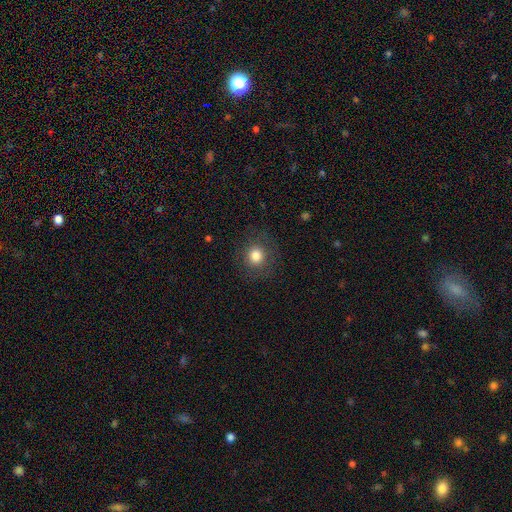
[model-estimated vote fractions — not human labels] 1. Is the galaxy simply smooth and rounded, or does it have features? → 81% smooth, 11% star or artifact, 8% featured or disk.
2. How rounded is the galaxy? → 89% round, 10% in between, 1% cigar-shaped.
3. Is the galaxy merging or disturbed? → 86% none, 9% minor disturbance, 4% major disturbance, 1% merger.